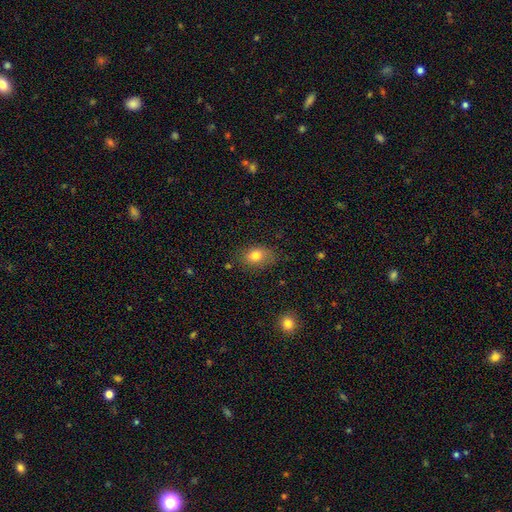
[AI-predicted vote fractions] Morphology: type=smooth (79%); roundness=in between (74%); merging=none (75%).